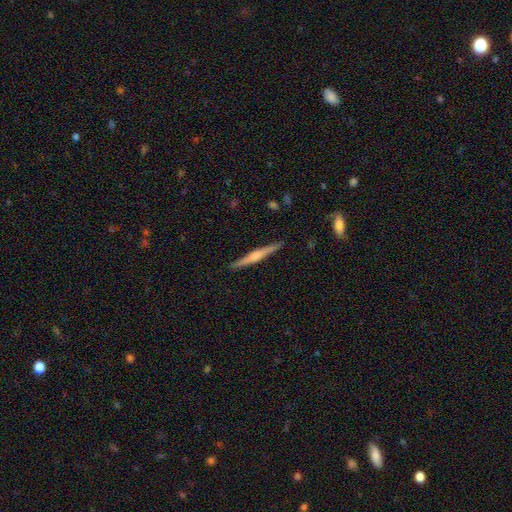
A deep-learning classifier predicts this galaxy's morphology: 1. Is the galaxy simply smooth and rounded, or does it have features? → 65% featured or disk, 29% smooth, 6% star or artifact.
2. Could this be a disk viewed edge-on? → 98% yes, 2% no.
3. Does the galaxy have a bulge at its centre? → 64% rounded, 20% boxy, 16% none.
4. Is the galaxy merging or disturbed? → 90% none, 7% minor disturbance, 1% major disturbance, 1% merger.